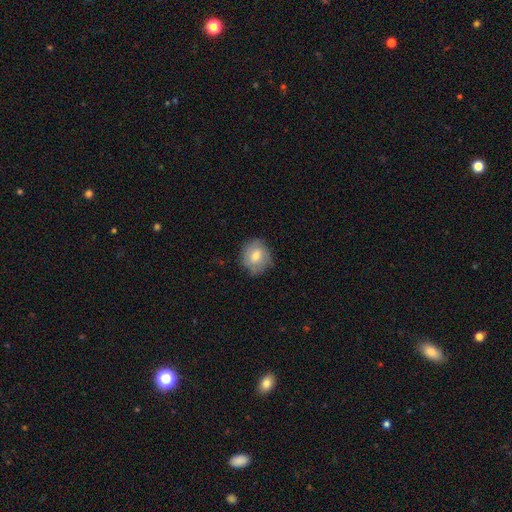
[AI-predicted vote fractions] Overall: smooth (67%). How rounded: round (78%). Merging: none (74%).